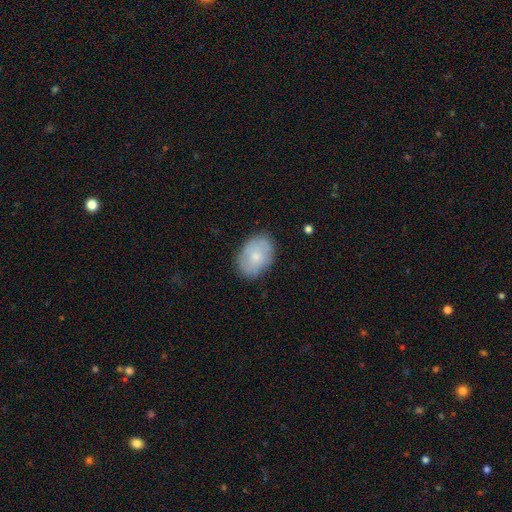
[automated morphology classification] The model was most divided on "smooth or featured": smooth: 70%, featured or disk: 23%, star or artifact: 7%. More confident: how rounded — in between (82%); merging — none (81%).